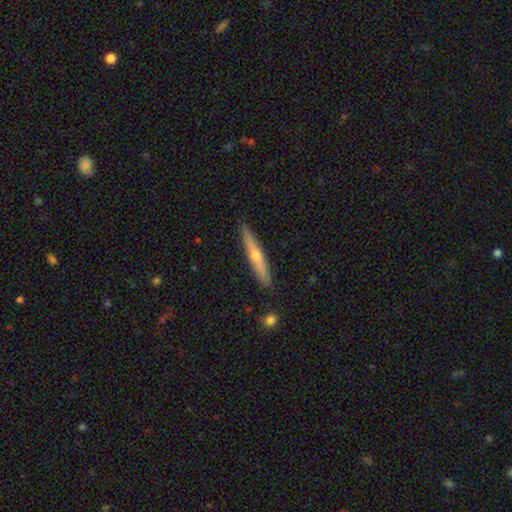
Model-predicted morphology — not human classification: This appears to be a featured or disk galaxy (61%) viewed edge-on (95%) with a rounded central bulge (83%). Merging: none (90%).